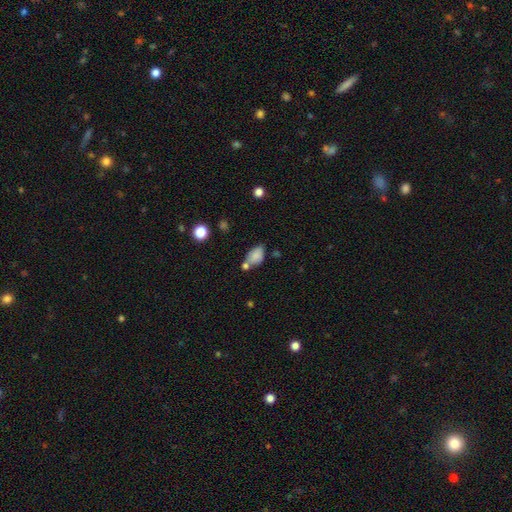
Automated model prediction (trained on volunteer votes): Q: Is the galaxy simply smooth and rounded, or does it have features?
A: smooth — 79%.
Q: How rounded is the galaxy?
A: in between — 88%.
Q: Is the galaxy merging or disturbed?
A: none — 44%.